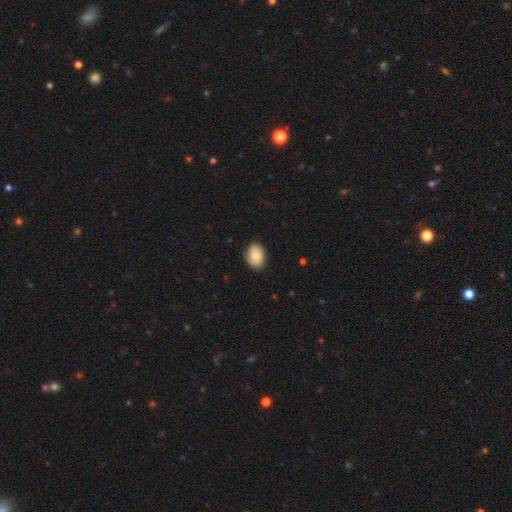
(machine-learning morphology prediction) This is likely a smooth galaxy (69%). How rounded: likely in between (73%). Merging: clearly none (80%).